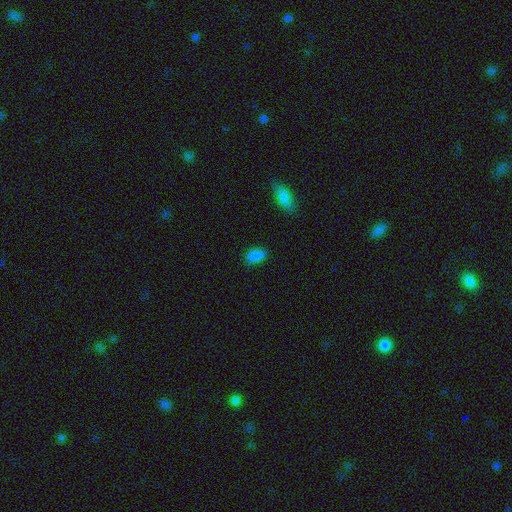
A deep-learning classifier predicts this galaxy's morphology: Overall: smooth (86%). How rounded: in between (90%). Merging: none (85%).